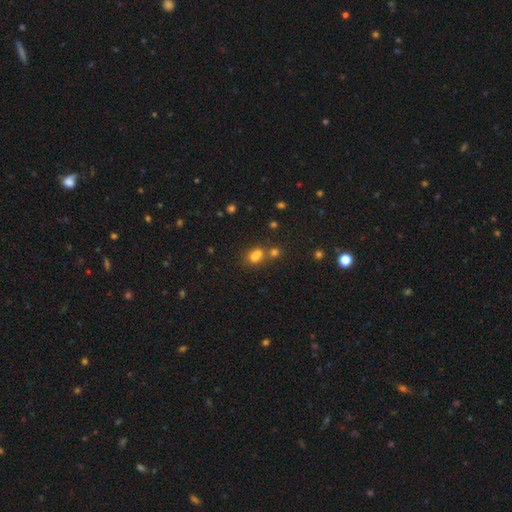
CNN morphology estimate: Smooth or featured? smooth (68%)
How rounded? round (57%)
Merging? merger (58%)